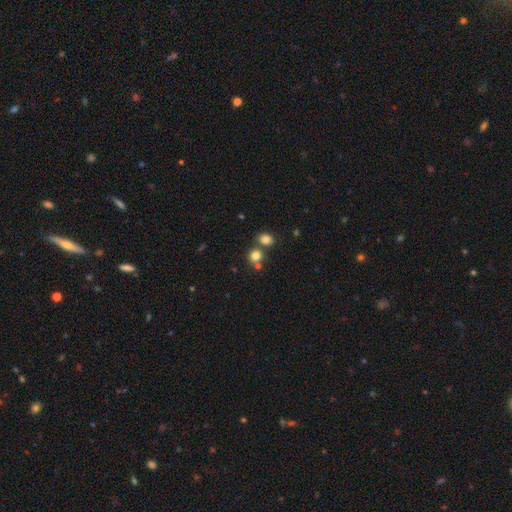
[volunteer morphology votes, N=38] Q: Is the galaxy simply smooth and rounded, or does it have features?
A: smooth — 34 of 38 (89%).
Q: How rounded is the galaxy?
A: round — 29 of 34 (85%).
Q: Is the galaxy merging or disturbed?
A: none — 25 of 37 (68%).